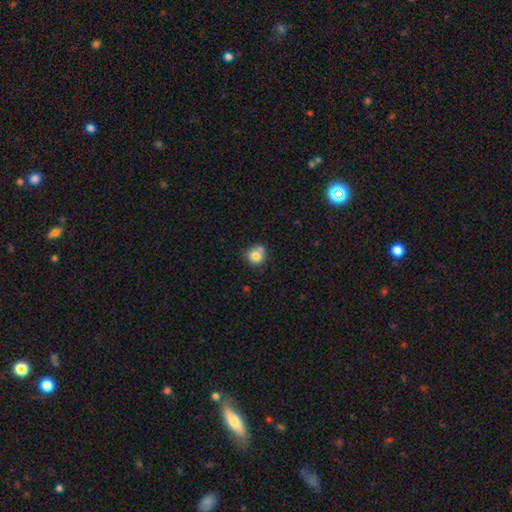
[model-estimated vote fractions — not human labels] Smooth or featured? smooth (79%)
How rounded? round (87%)
Merging? none (58%)